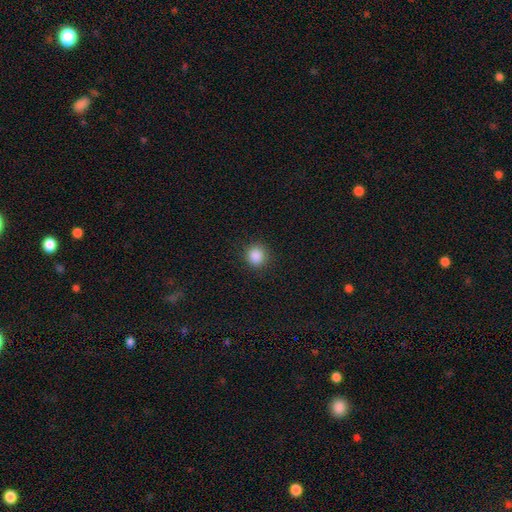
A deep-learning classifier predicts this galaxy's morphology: This is clearly a smooth galaxy (87%). How rounded: clearly round (89%). Merging: clearly none (90%).